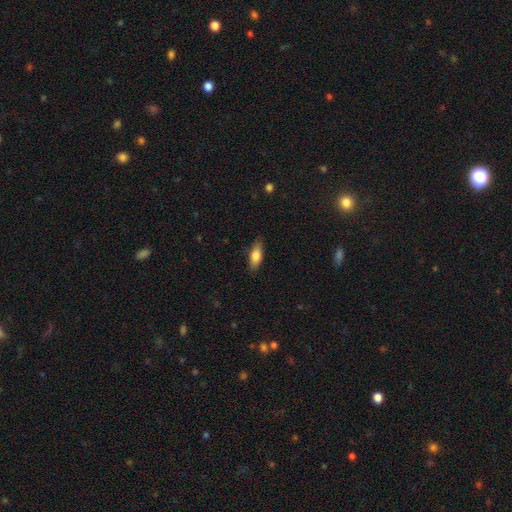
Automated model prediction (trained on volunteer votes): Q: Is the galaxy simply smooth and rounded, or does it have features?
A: smooth — 77%.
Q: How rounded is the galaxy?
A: in between — 67%.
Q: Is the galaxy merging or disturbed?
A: none — 84%.